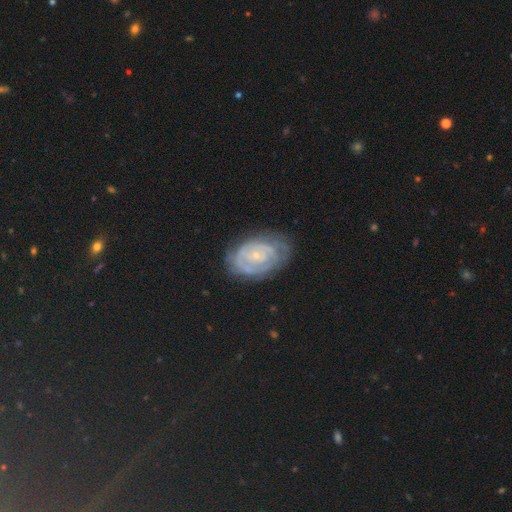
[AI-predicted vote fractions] A featured or disk galaxy (76%) with no bar (72%), tight (74%) spiral arms (81%) and a small central bulge (80%).

Vote fractions:
- Smooth or featured? featured or disk: 76% / smooth: 17% / star or artifact: 7%
- Edge-on disk? no: 97% / yes: 3%
- Bar? no: 72% / weak: 23% / strong: 5%
- Spiral arms? yes: 81% / no: 19%
- Spiral winding? tight: 74% / medium: 19% / loose: 6%
- Spiral arm count? can't tell: 51% / 2: 26% / 3: 9% / 1: 6% / 4: 5% / more than 4: 4%
- Bulge size? small: 80% / moderate: 15% / none: 3% / large: 1% / dominant: 1%
- Merging? none: 67% / minor disturbance: 22% / major disturbance: 9% / merger: 2%